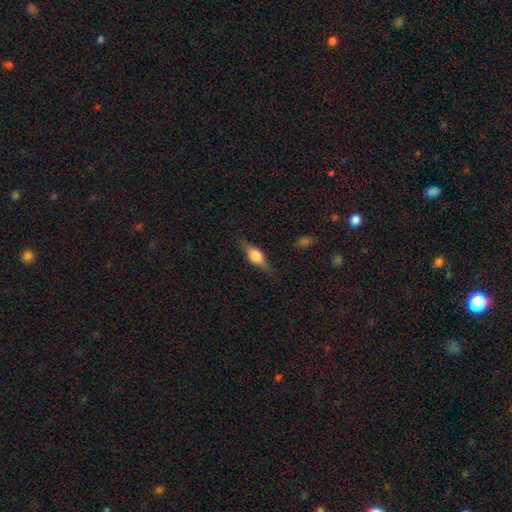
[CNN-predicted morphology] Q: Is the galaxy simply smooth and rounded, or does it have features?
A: featured or disk — 64%.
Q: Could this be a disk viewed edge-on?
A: yes — 96%.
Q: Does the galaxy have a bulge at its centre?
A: rounded — 87%.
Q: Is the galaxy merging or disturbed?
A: none — 83%.